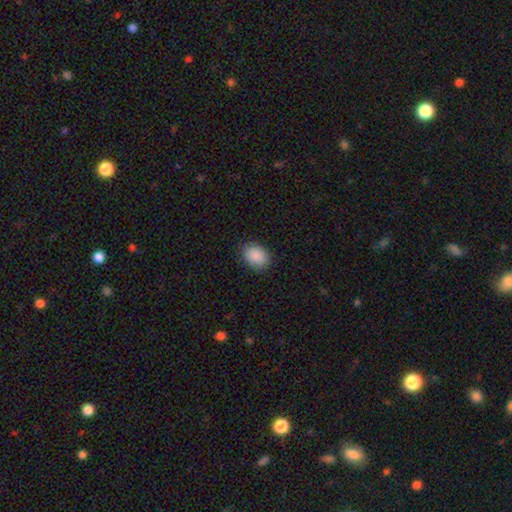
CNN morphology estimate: A smooth galaxy with no disk features (90%) that is in between round and cigar-shaped (70%).

Vote fractions:
- Smooth or featured? smooth: 90% / star or artifact: 7% / featured or disk: 3%
- How rounded? in between: 70% / round: 29% / cigar-shaped: 1%
- Merging? none: 87% / minor disturbance: 9% / major disturbance: 2% / merger: 1%